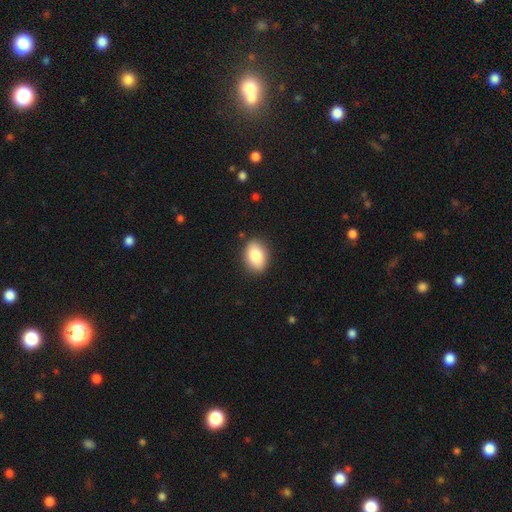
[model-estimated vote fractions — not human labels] This is clearly a smooth galaxy (86%). How rounded: clearly in between (83%). Merging: clearly none (87%).